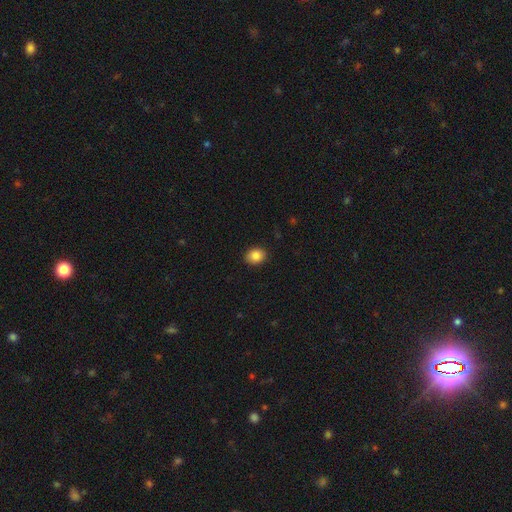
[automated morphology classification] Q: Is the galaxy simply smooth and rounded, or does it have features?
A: smooth — 85%.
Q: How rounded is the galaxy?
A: in between — 53%.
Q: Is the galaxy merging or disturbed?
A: none — 90%.